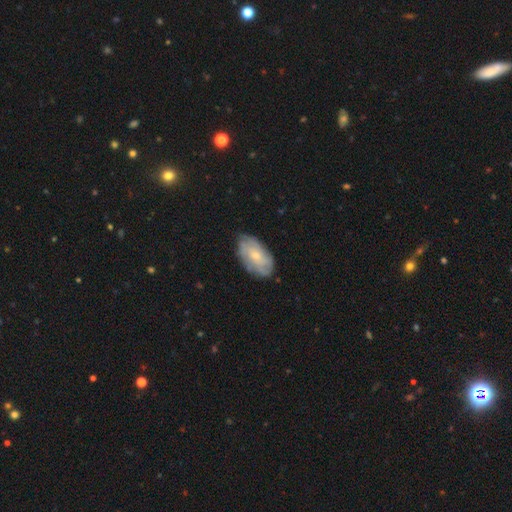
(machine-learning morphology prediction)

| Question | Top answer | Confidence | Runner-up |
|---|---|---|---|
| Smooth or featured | featured or disk | 51% | smooth (42%) |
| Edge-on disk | no | 94% | yes (6%) |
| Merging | none | 76% | minor disturbance (19%) |